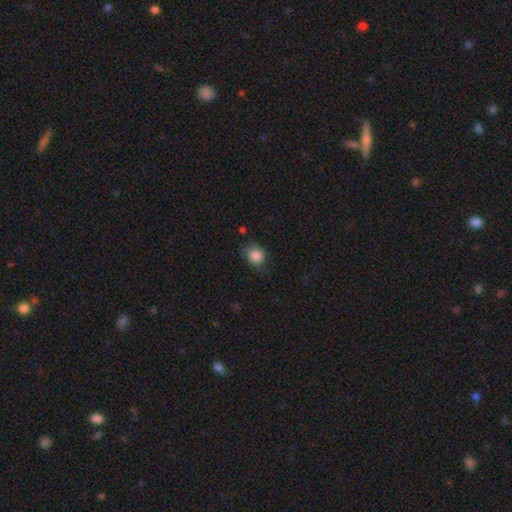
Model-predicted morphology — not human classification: Smooth or featured? Predicted: smooth (p=0.85). How rounded? Predicted: round (p=0.67). Merging? Predicted: none (p=0.62).